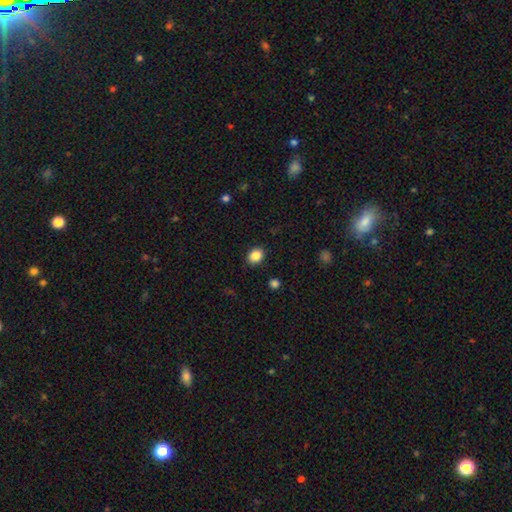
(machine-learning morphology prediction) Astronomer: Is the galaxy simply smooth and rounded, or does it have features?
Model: smooth — 86%.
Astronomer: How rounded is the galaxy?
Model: round — 51% (runner-up: in between, 48%).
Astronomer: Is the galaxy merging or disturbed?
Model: none — 88%.